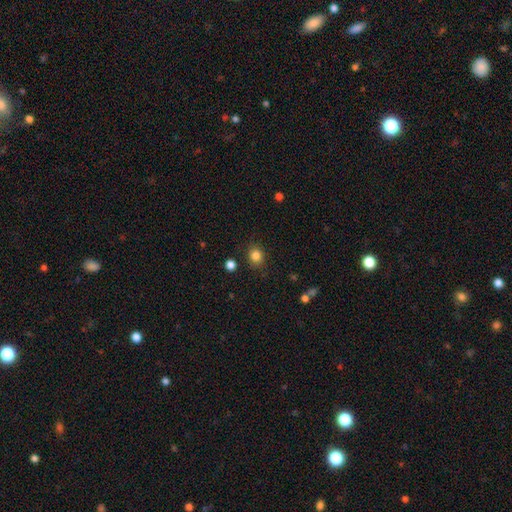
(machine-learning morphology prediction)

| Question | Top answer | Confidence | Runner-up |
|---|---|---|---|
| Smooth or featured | smooth | 84% | star or artifact (12%) |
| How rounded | round | 73% | in between (26%) |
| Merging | none | 85% | minor disturbance (9%) |